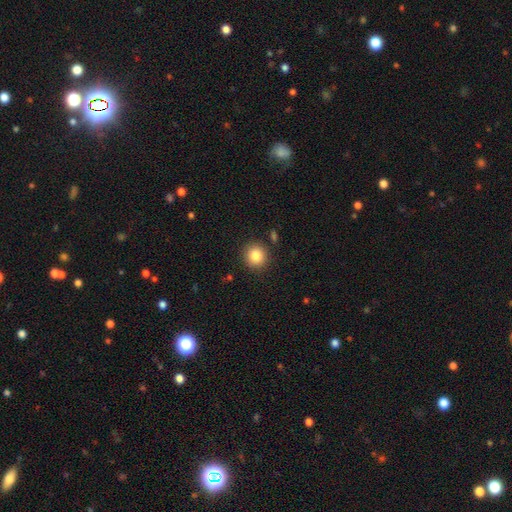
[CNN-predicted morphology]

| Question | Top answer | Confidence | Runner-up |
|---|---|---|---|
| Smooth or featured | smooth | 84% | star or artifact (10%) |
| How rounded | round | 92% | in between (8%) |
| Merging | none | 89% | minor disturbance (7%) |